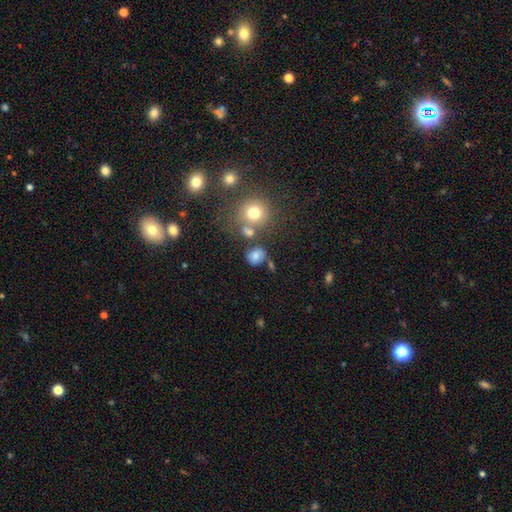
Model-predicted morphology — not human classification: The model was most divided on "how rounded": round: 70%, in between: 29%, cigar-shaped: 1%. More confident: smooth or featured — smooth (71%); merging — none (66%).